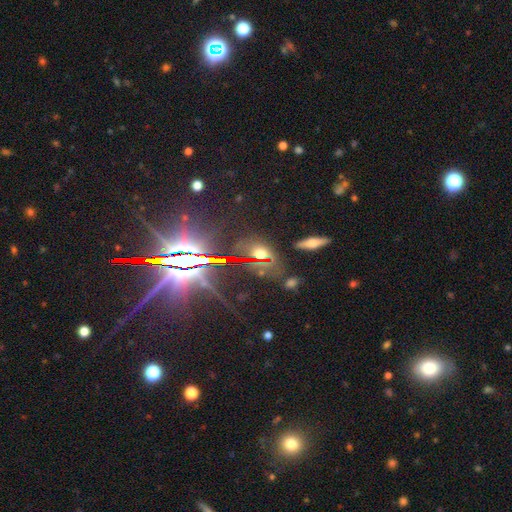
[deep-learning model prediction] smooth_or_featured: star or artifact (p=0.81) [alt: featured or disk p=0.11]